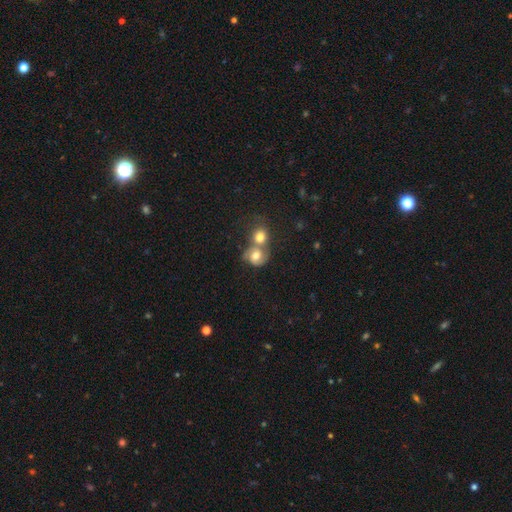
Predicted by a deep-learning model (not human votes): Morphology: type=smooth (54%); roundness=round (73%); merging=merger (60%).